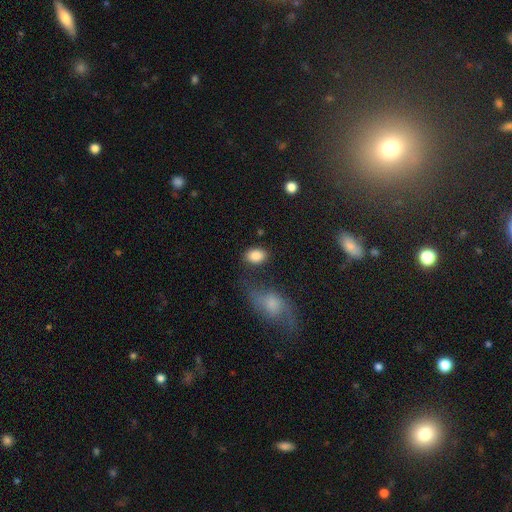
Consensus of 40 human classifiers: Overall: smooth (82%). How rounded: in between (82%). Merging: none (78%).